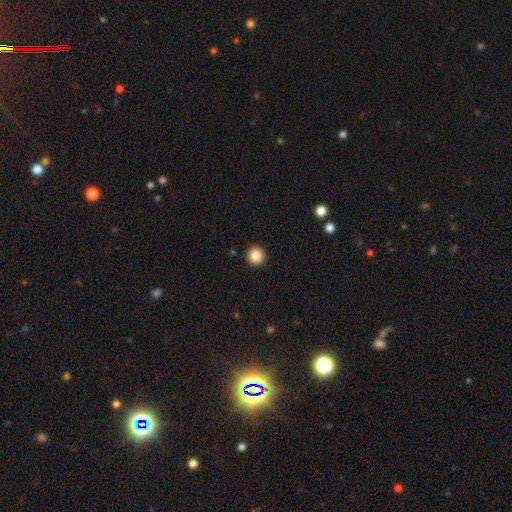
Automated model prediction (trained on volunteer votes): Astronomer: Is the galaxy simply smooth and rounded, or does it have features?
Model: smooth — 86%.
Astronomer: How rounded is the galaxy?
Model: round — 96%.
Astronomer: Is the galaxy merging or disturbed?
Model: none — 93%.